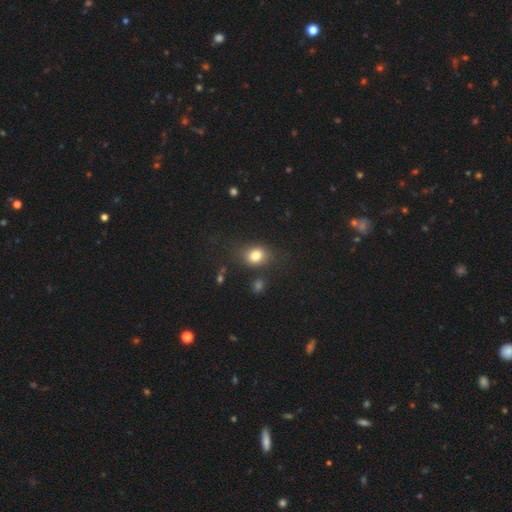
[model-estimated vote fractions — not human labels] smooth-or-featured: smooth: 80% | star or artifact: 12% | featured or disk: 8%
  how-rounded: round: 51% | in between: 48% | cigar-shaped: 1%
  merging: none: 73% | minor disturbance: 16% | major disturbance: 6% | merger: 5%